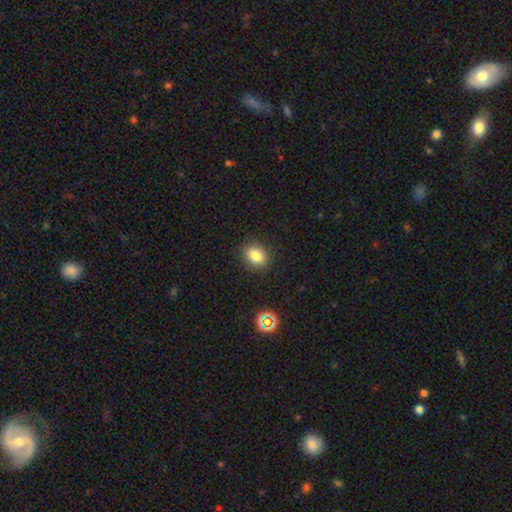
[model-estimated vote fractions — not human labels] smooth 82%, star or artifact 12%, featured or disk 6%. Down the decision tree: how rounded — in between (57%); merging — none (87%).